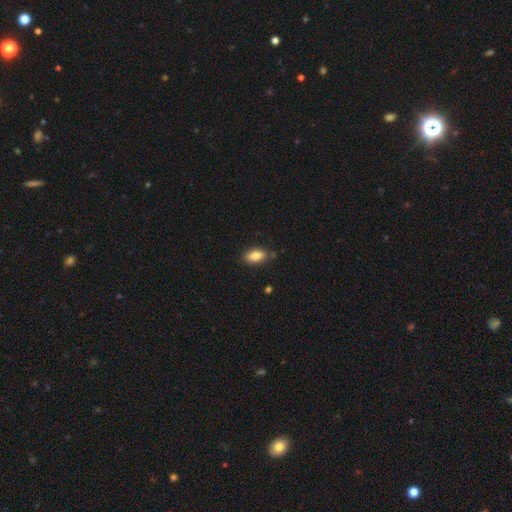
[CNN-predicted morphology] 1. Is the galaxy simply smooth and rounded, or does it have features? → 83% smooth, 9% featured or disk, 8% star or artifact.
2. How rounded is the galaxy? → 90% in between, 6% round, 4% cigar-shaped.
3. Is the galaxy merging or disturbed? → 82% none, 13% minor disturbance, 3% merger, 2% major disturbance.